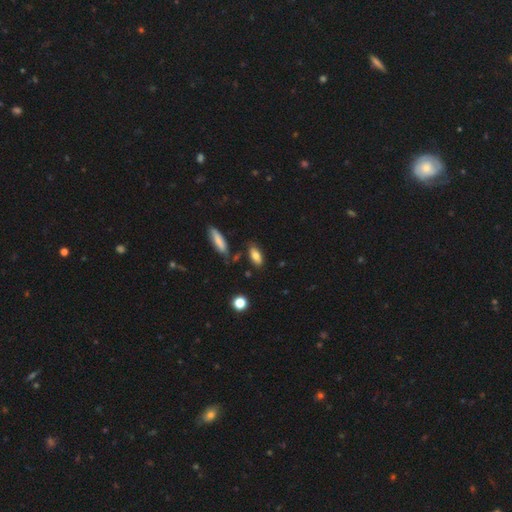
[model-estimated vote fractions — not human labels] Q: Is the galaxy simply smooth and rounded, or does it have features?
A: smooth — 78%.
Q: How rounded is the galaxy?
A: in between — 80%.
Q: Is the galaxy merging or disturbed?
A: none — 76%.